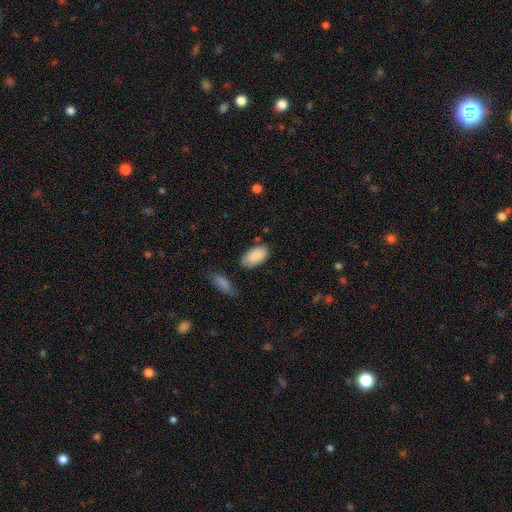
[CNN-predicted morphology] type=smooth (89%); roundness=in between (95%); merging=none (75%).